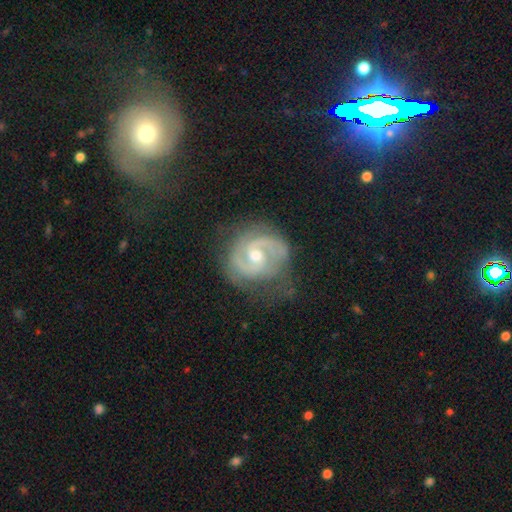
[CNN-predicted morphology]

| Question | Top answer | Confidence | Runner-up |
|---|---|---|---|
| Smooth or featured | featured or disk | 90% | smooth (5%) |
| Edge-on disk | no | 98% | yes (2%) |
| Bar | no | 48% | weak (43%) |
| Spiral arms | yes | 97% | no (3%) |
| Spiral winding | medium | 46% | tight (45%) |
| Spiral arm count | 2 | 86% | can't tell (5%) |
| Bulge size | moderate | 69% | small (26%) |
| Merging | none | 69% | minor disturbance (21%) |